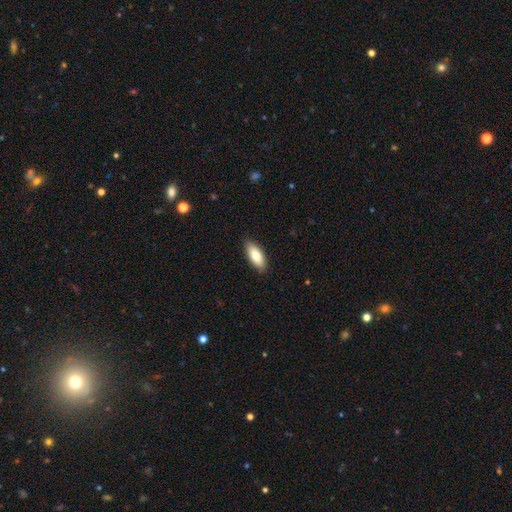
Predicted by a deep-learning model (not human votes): This appears to be a smooth galaxy with no disk features (80%) that is in between round and cigar-shaped (82%). Merging: none (87%).